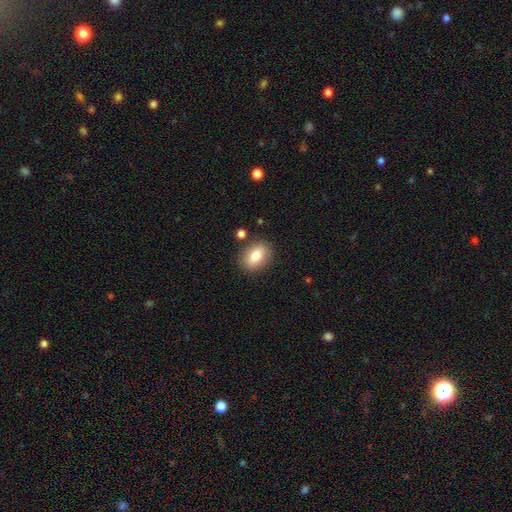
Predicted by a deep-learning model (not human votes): Q: Smooth or featured?
A: smooth (80%); runner-up: featured or disk (12%)
Q: How rounded?
A: in between (81%); runner-up: round (17%)
Q: Merging?
A: none (84%); runner-up: minor disturbance (10%)